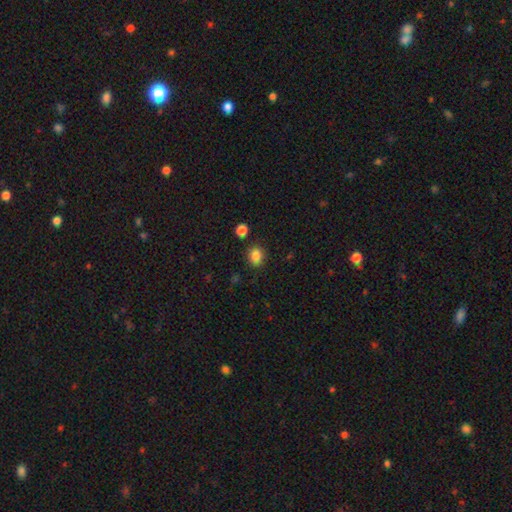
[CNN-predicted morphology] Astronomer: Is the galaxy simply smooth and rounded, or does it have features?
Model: smooth — 84%.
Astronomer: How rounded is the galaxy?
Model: round — 57% (runner-up: in between, 42%).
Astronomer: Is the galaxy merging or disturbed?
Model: none — 84%.